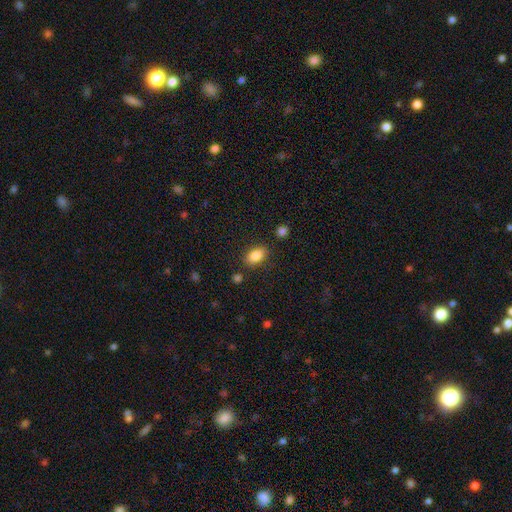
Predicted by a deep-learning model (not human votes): This appears to be a smooth galaxy with no disk features (86%) that is in between round and cigar-shaped (89%). Merging: none (83%).